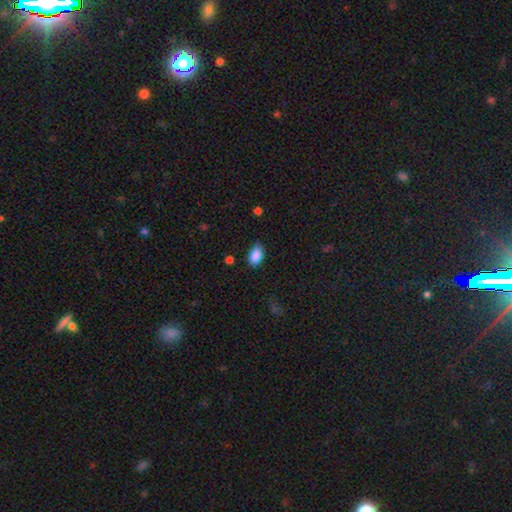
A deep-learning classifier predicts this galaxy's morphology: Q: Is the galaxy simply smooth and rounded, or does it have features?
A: smooth — 87%.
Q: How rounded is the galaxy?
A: in between — 88%.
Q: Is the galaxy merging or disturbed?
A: none — 70%.